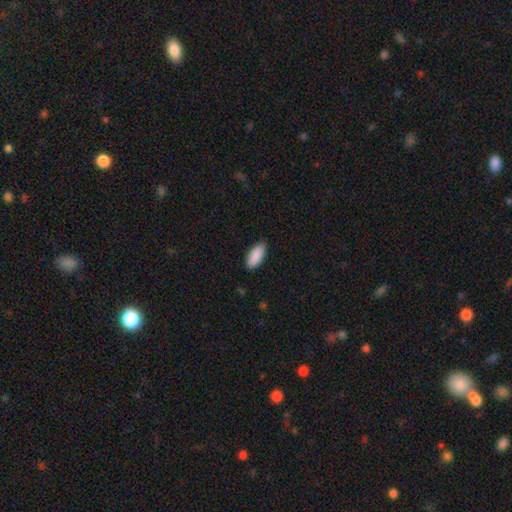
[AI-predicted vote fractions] A smooth galaxy with no disk features (91%) that is in between round and cigar-shaped (87%).

Vote fractions:
- Smooth or featured? smooth: 91% / star or artifact: 6% / featured or disk: 4%
- How rounded? in between: 87% / cigar-shaped: 11% / round: 2%
- Merging? none: 88% / minor disturbance: 9% / major disturbance: 2% / merger: 1%